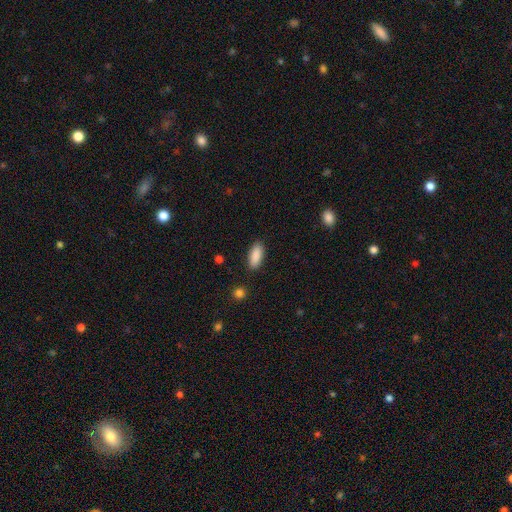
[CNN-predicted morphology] The model was most divided on "how rounded": in between: 81%, cigar-shaped: 17%, round: 2%. More confident: smooth or featured — smooth (89%); merging — none (88%).